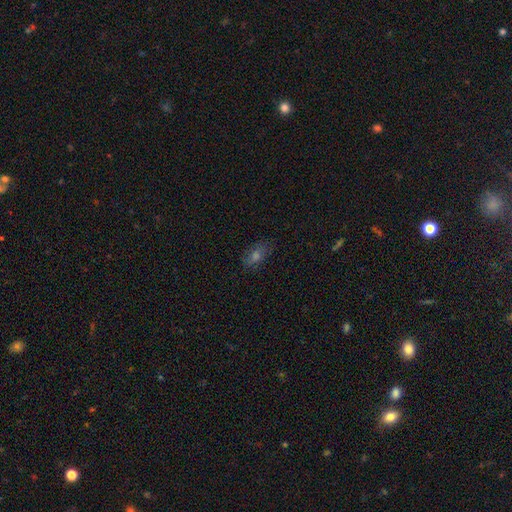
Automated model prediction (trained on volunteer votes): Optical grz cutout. It shows a smooth galaxy with no disk features (53%) that is in between round and cigar-shaped (79%). Merging: none (80%).